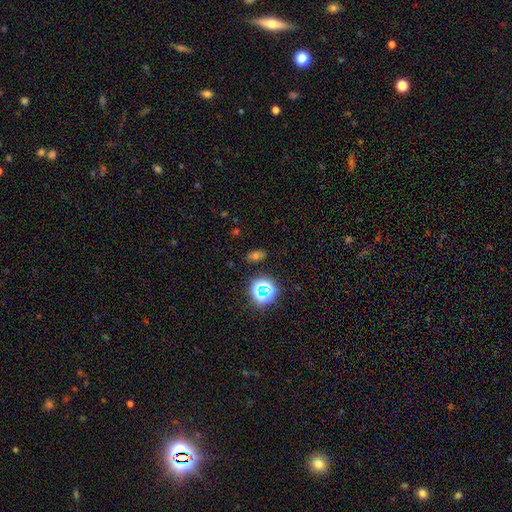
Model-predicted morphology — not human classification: Smooth or featured?
  - smooth: 47% *
  - star or artifact: 44%
  - featured or disk: 8%
Merging?
  - none: 85% *
  - minor disturbance: 9%
  - major disturbance: 3%
  - merger: 3%